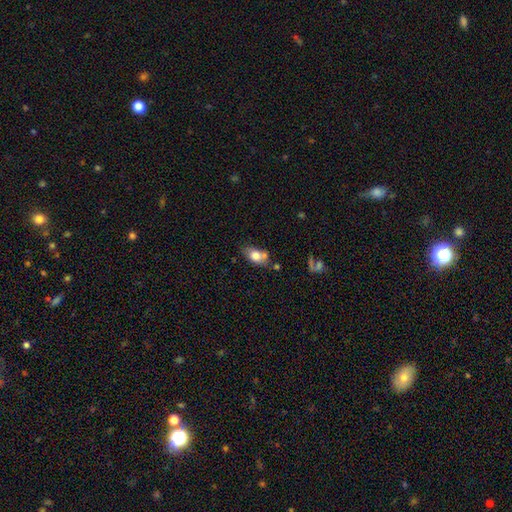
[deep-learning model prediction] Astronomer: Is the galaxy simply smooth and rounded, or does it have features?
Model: smooth — 72%.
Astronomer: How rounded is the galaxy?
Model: in between — 81%.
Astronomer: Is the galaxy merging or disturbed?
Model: none — 52%.